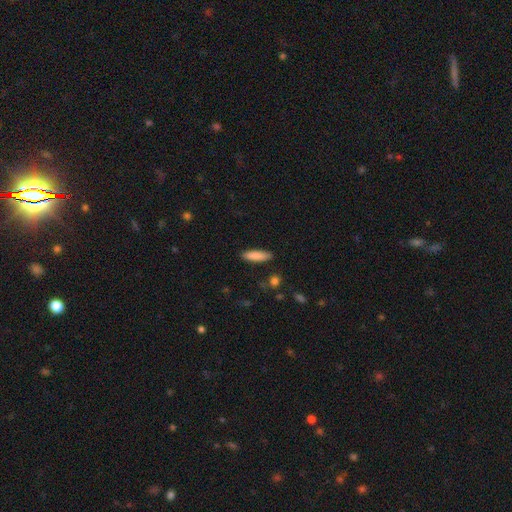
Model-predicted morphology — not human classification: smooth-or-featured: smooth: 86% | featured or disk: 8% | star or artifact: 6%
  how-rounded: cigar-shaped: 67% | in between: 31% | round: 2%
  merging: none: 88% | minor disturbance: 9% | major disturbance: 2% | merger: 1%